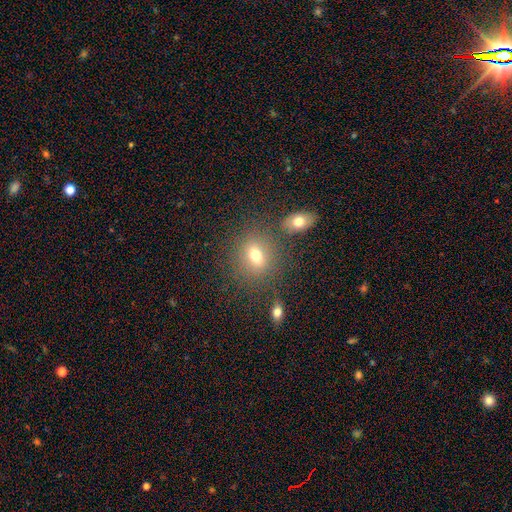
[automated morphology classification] A smooth galaxy with no disk features (70%) that is round (52%).

Vote fractions:
- Smooth or featured? smooth: 70% / star or artifact: 15% / featured or disk: 14%
- How rounded? round: 52% / in between: 46% / cigar-shaped: 2%
- Merging? none: 73% / minor disturbance: 11% / merger: 10% / major disturbance: 5%